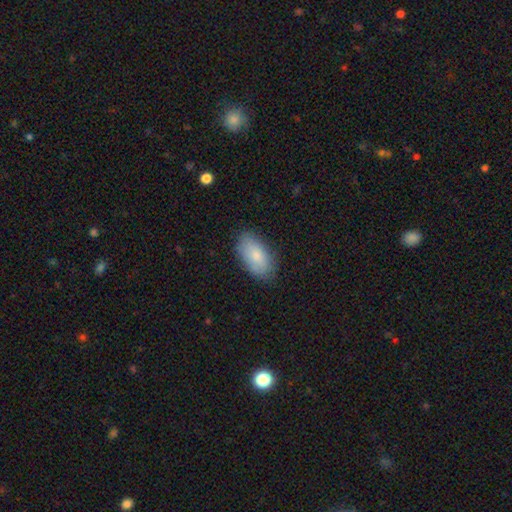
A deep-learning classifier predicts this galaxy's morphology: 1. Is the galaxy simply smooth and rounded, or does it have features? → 82% smooth, 12% featured or disk, 6% star or artifact.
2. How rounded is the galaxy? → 94% in between, 3% round, 3% cigar-shaped.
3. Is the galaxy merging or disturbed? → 82% none, 14% minor disturbance, 3% major disturbance, 1% merger.